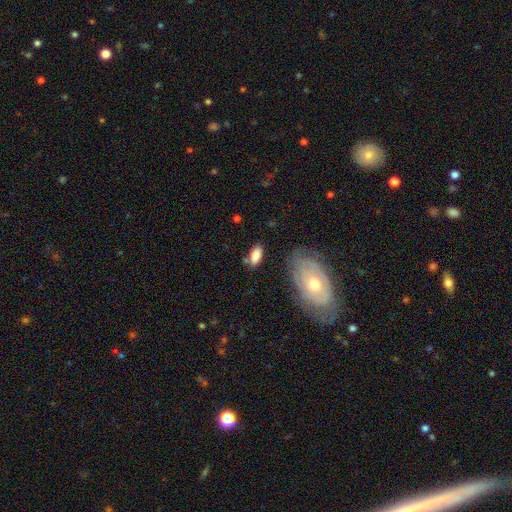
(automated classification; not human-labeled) A smooth galaxy with no disk features (83%) that is in between round and cigar-shaped (84%). Merging: none (74%).